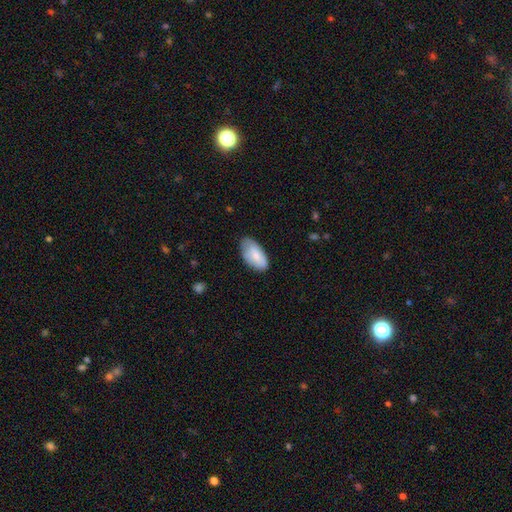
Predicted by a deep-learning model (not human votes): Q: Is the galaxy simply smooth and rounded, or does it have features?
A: smooth — 80%.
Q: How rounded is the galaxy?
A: in between — 94%.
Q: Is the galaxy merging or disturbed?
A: none — 68%.